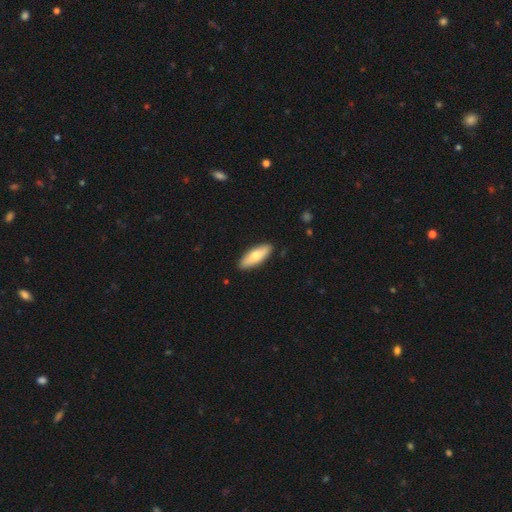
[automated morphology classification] type=smooth (71%); roundness=in between (61%); merging=none (89%).